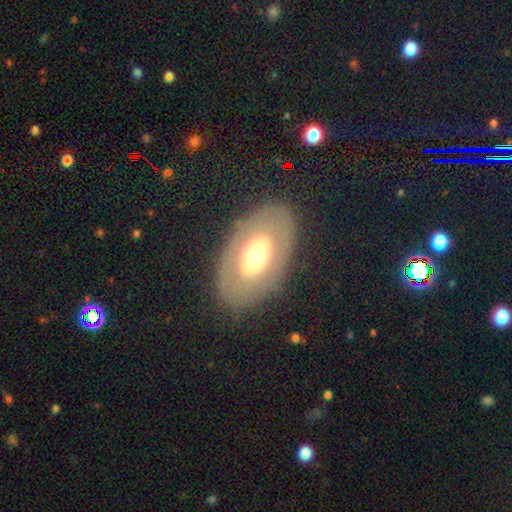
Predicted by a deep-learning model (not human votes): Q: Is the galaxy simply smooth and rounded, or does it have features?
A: featured or disk — 47%.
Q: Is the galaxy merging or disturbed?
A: none — 81%.